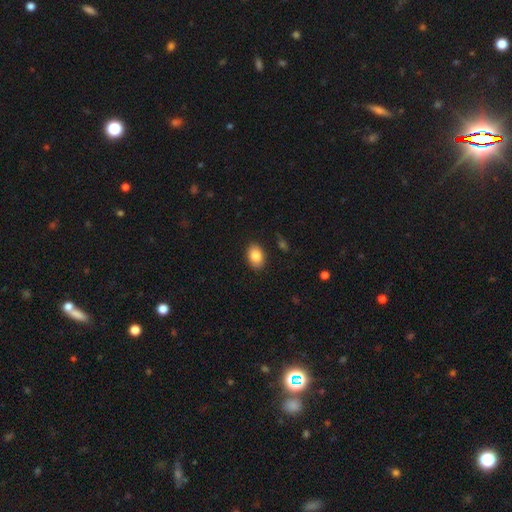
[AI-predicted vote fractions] This is clearly a smooth galaxy (85%). How rounded: likely in between (79%). Merging: clearly none (88%).